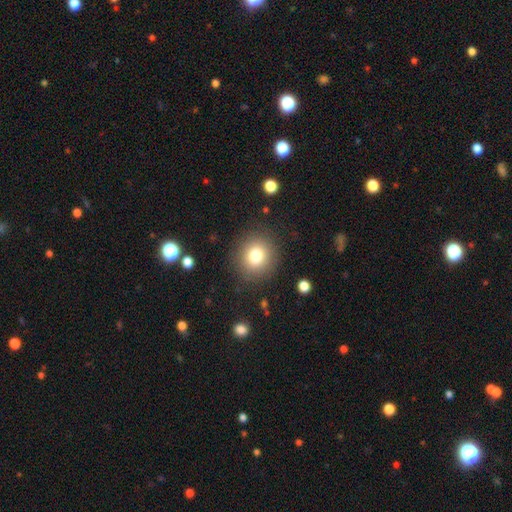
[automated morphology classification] Smooth or featured: smooth — 78% (star or artifact — 12%)
How rounded: round — 88% (in between — 11%)
Merging: none — 87% (minor disturbance — 8%)